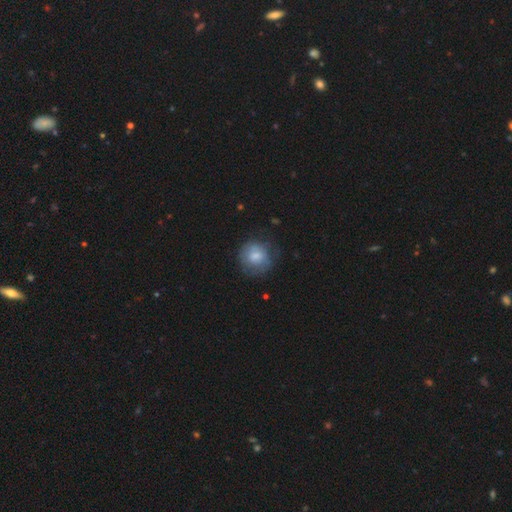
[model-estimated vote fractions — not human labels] This is likely a smooth galaxy (70%). How rounded: clearly round (84%). Merging: likely none (66%).